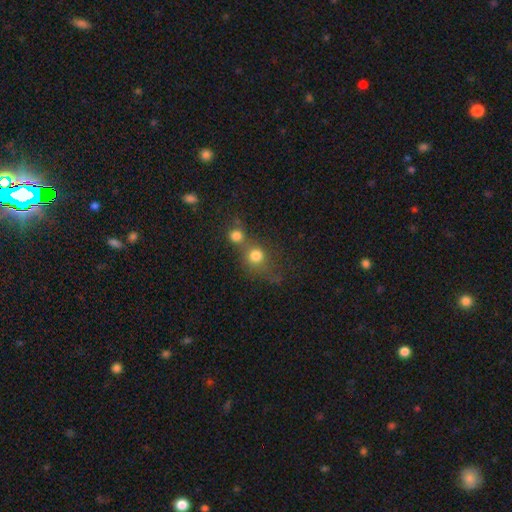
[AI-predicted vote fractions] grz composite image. It shows a smooth galaxy with no disk features (76%) that is round (82%). Merging: merger (51%).